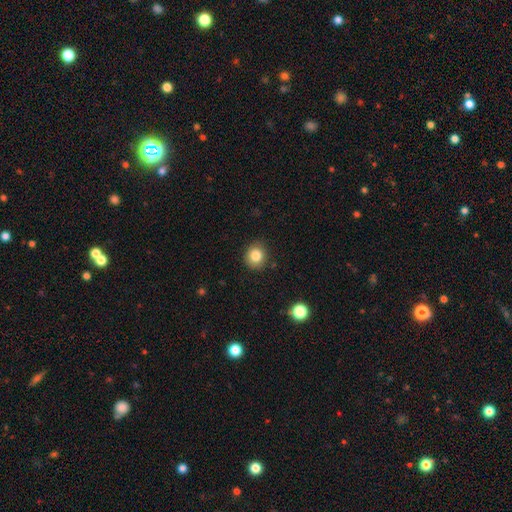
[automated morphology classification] This appears to be a smooth galaxy with no disk features (83%) that is round (85%). Merging: none (86%).